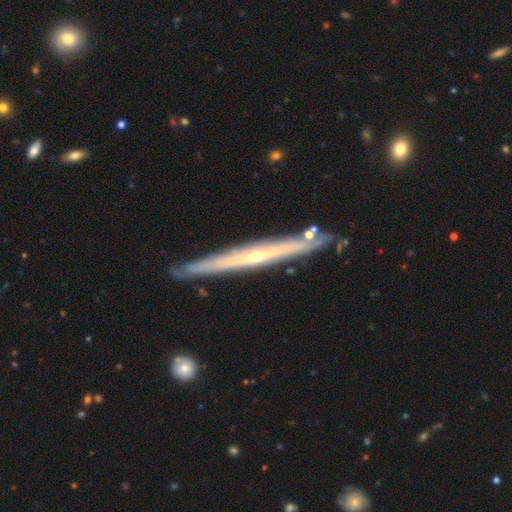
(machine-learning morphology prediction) featured or disk 81%, smooth 14%, star or artifact 5%. Down the decision tree: edge-on disk — yes (95%); edge-on bulge — rounded (60%); merging — none (85%).